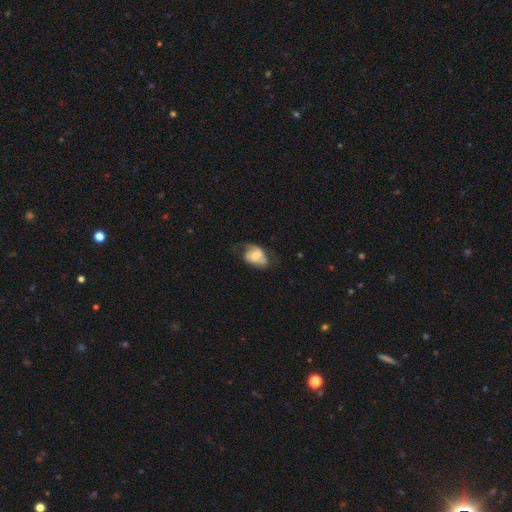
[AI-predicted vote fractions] This appears to be a featured or disk galaxy (47%, tied with smooth). Merging: none (44%).